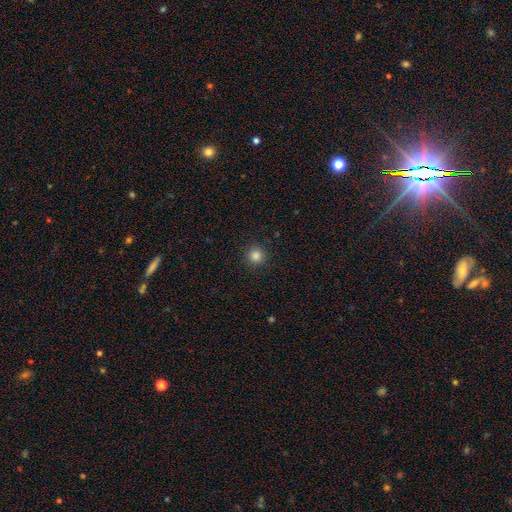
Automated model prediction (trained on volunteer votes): A smooth galaxy with no disk features (85%) that is round (95%).

Vote fractions:
- Smooth or featured? smooth: 85% / star or artifact: 12% / featured or disk: 4%
- How rounded? round: 95% / in between: 4% / cigar-shaped: 1%
- Merging? none: 91% / minor disturbance: 6% / major disturbance: 2% / merger: 1%